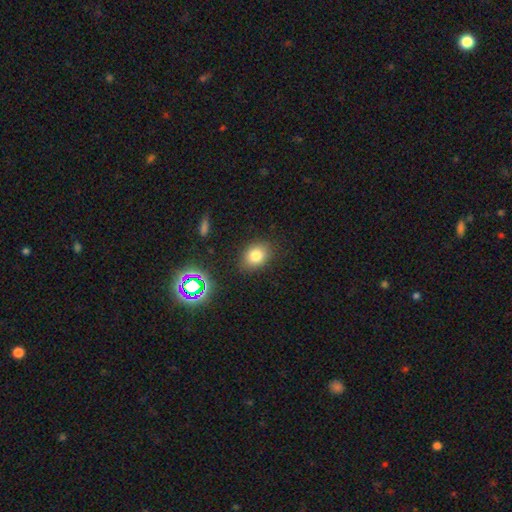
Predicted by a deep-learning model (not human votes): Q: Smooth or featured?
A: smooth (77%); runner-up: star or artifact (14%)
Q: How rounded?
A: in between (59%); runner-up: round (40%)
Q: Merging?
A: none (84%); runner-up: minor disturbance (11%)